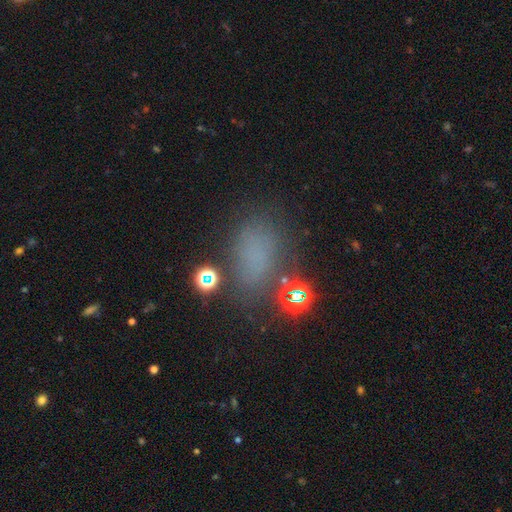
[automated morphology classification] Smooth or featured: smooth — 60% (star or artifact — 30%)
How rounded: in between — 72% (round — 26%)
Merging: none — 61% (minor disturbance — 18%)